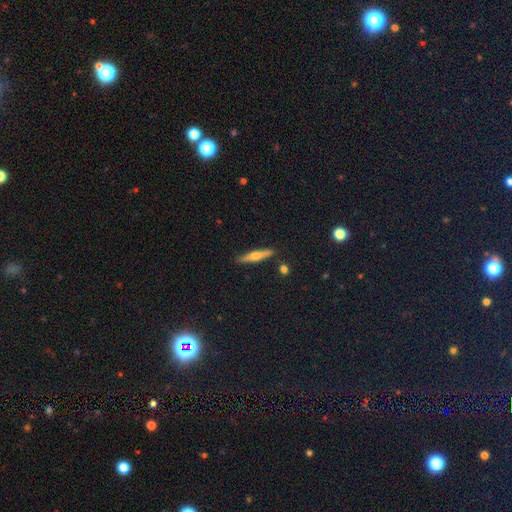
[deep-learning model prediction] Smooth or featured? Predicted: featured or disk (p=0.52). Edge-on disk? Predicted: yes (p=0.95). Merging? Predicted: none (p=0.88).